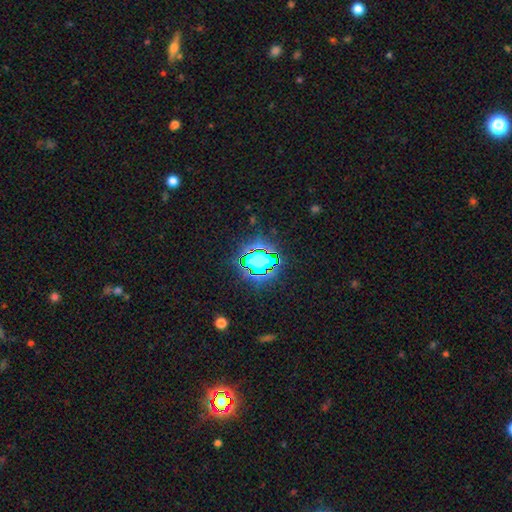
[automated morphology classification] Overall: star or artifact (81%).